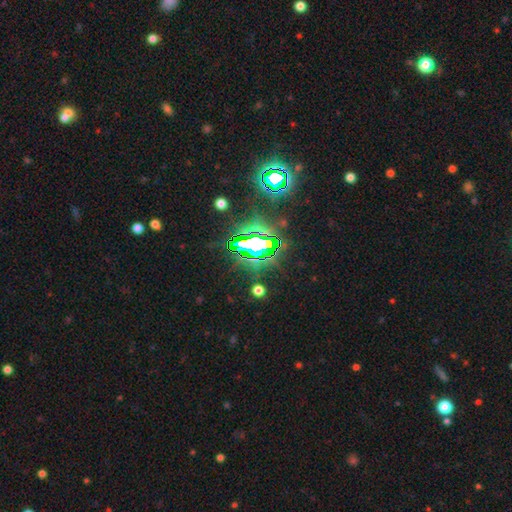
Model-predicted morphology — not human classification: Overall: star or artifact (83%).